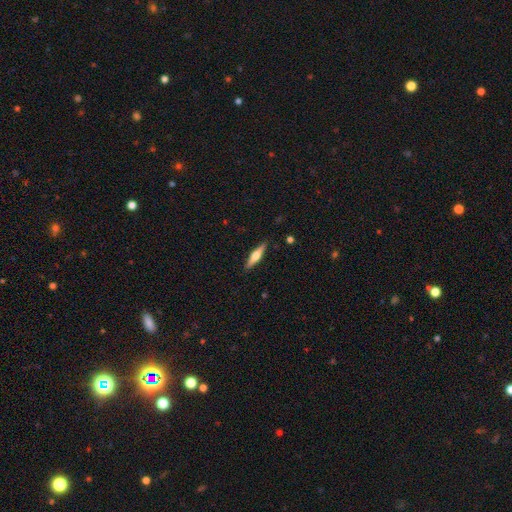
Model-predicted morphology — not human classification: The model was most divided on "smooth or featured": featured or disk: 53%, smooth: 41%, star or artifact: 6%. More confident: edge-on disk — yes (95%); merging — none (89%); edge-on bulge — rounded (89%).